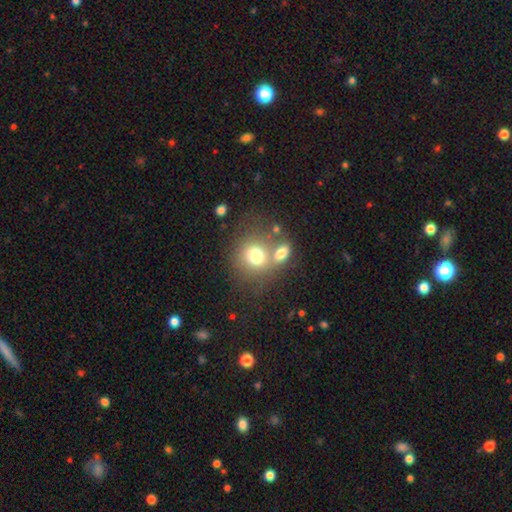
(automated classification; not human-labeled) Q: Smooth or featured?
A: smooth (73%); runner-up: featured or disk (16%)
Q: How rounded?
A: round (74%); runner-up: in between (25%)
Q: Merging?
A: none (45%); runner-up: merger (38%)